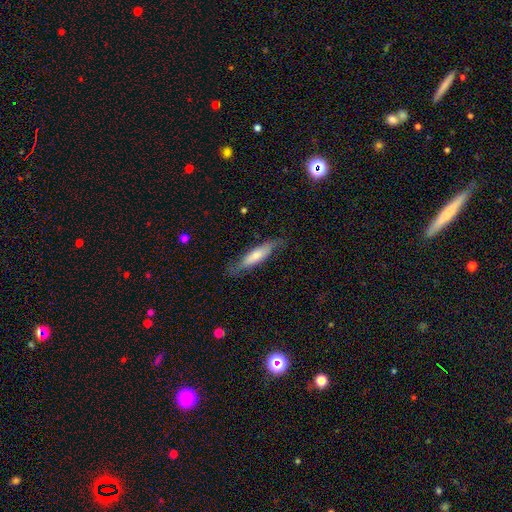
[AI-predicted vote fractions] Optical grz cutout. It shows a smooth galaxy with no disk features (65%) that is cigar-shaped (69%). Merging: none (72%).